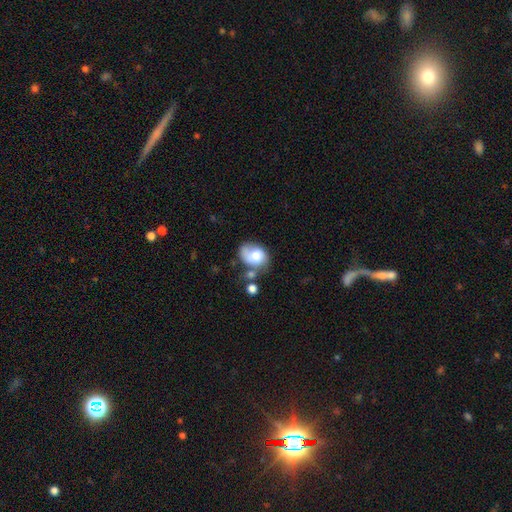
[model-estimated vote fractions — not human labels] Overall: smooth (57%; featured or disk 35%). How rounded: in between (57%; round 42%). Merging: none (39%; minor disturbance 27%).